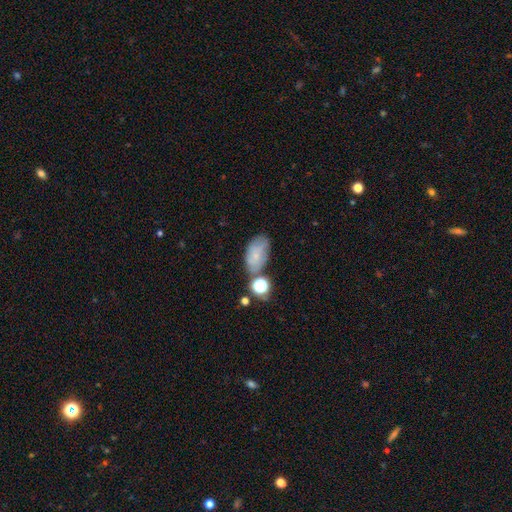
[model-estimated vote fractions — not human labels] Smooth or featured? smooth (63%)
How rounded? in between (89%)
Merging? none (54%)